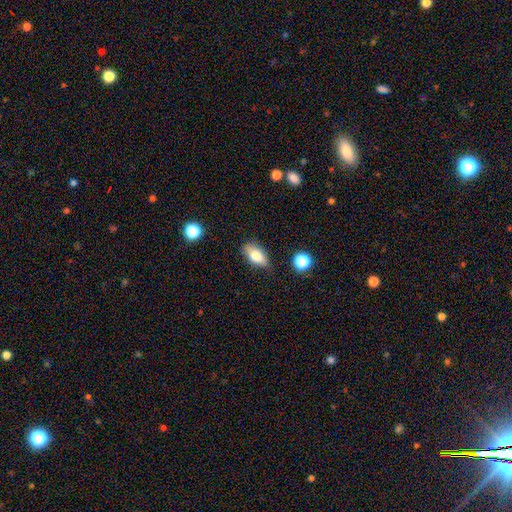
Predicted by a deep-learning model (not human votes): This is likely a smooth galaxy (76%). How rounded: clearly in between (86%). Merging: likely none (74%).